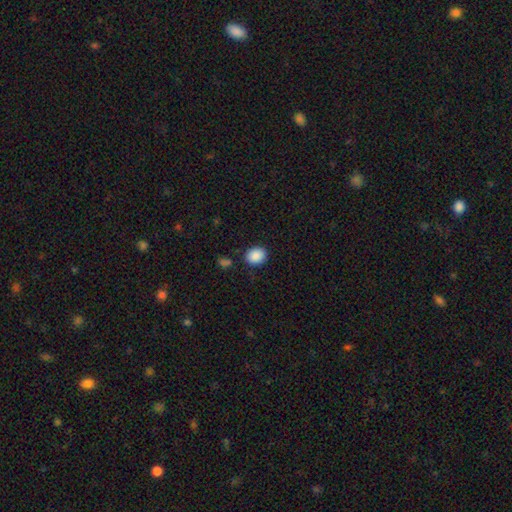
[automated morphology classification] This is clearly a smooth galaxy (89%). How rounded: possibly round (54%). Merging: clearly none (85%).